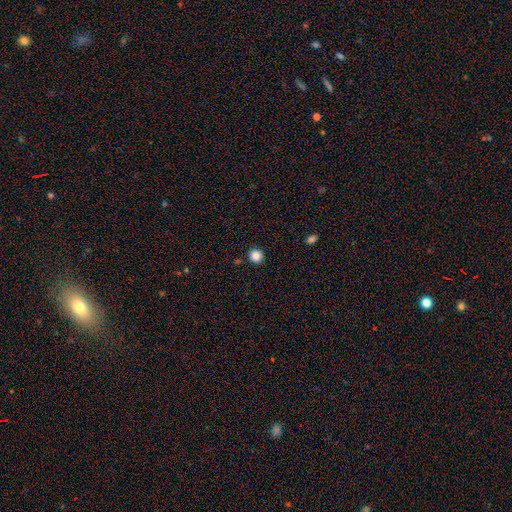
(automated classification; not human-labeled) This appears to be a smooth galaxy with no disk features (86%) that is round (94%). Merging: none (91%).